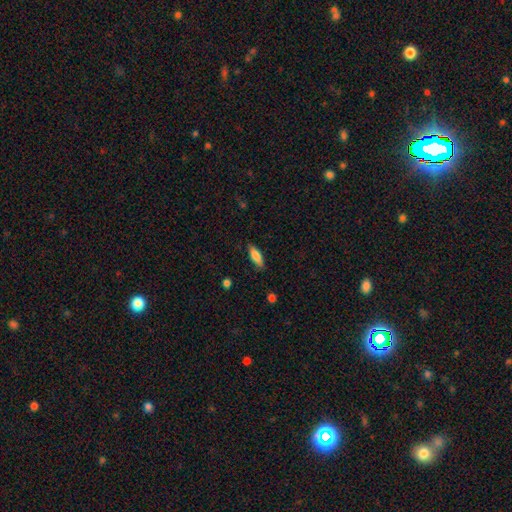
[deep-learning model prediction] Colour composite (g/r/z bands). It shows a smooth galaxy with no disk features (80%) that is in between round and cigar-shaped (59%). Merging: none (84%).